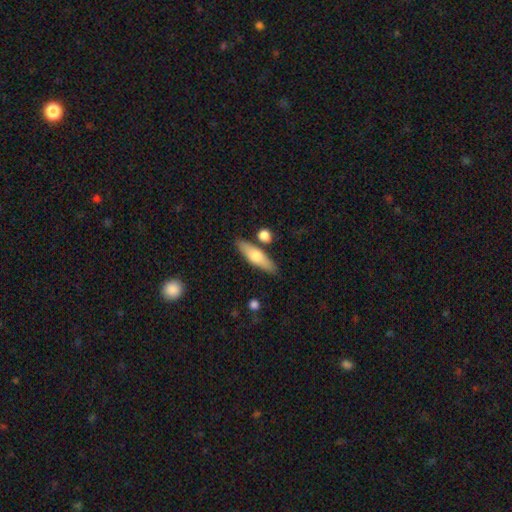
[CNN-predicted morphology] A smooth galaxy with no disk features (59%) that is cigar-shaped (61%).

Vote fractions:
- Smooth or featured? smooth: 59% / featured or disk: 35% / star or artifact: 6%
- How rounded? cigar-shaped: 61% / in between: 36% / round: 3%
- Merging? none: 80% / minor disturbance: 10% / merger: 8% / major disturbance: 2%